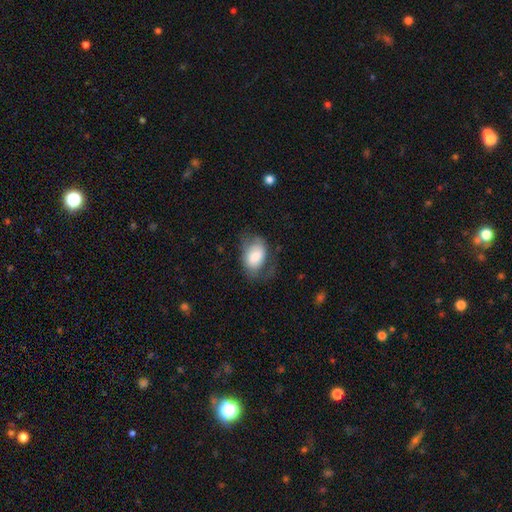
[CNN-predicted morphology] Smooth or featured? Predicted: smooth (p=0.68). How rounded? Predicted: in between (p=0.84). Merging? Predicted: none (p=0.47).